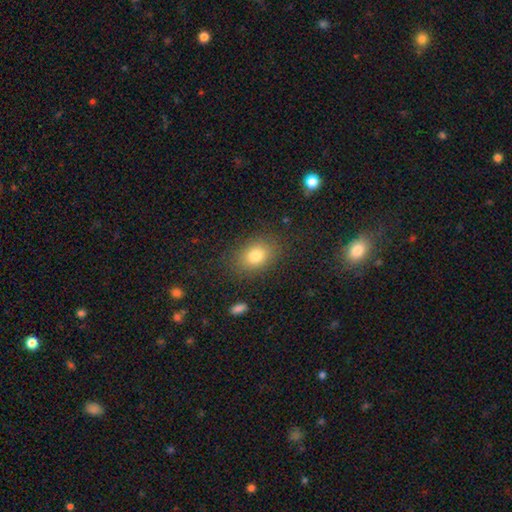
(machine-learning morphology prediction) Smooth or featured: smooth — 81% (star or artifact — 10%)
How rounded: in between — 72% (round — 27%)
Merging: none — 83% (minor disturbance — 11%)